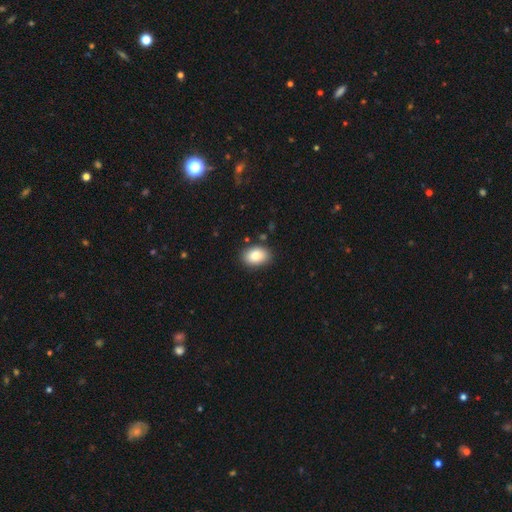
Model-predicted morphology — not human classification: Overall: smooth (85%). How rounded: in between (84%). Merging: none (87%).